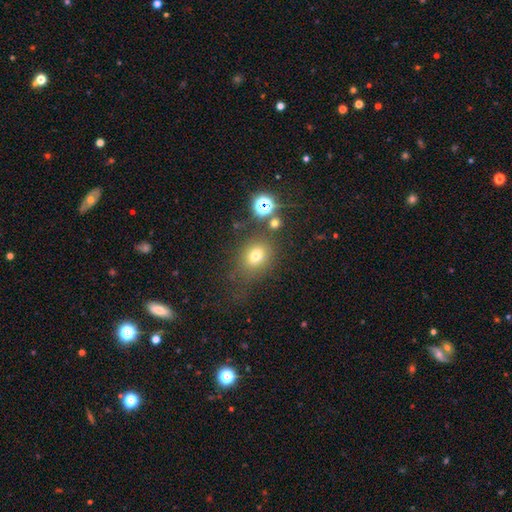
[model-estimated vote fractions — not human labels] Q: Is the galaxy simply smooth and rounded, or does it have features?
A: smooth — 69%.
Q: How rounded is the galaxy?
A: round — 53%.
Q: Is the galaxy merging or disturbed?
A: none — 67%.